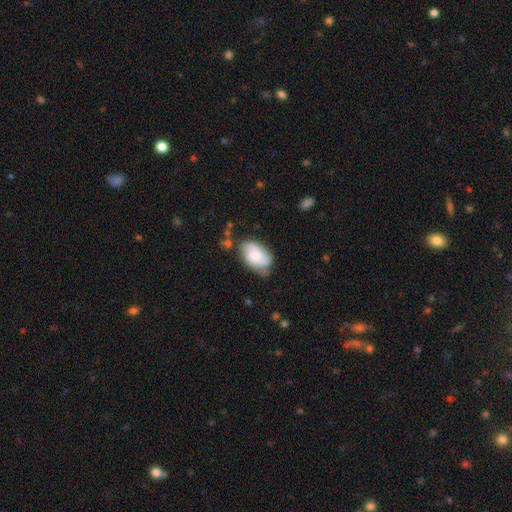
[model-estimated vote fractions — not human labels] Q: Smooth or featured?
A: smooth (65%); runner-up: featured or disk (28%)
Q: How rounded?
A: in between (92%); runner-up: round (7%)
Q: Merging?
A: none (56%); runner-up: minor disturbance (31%)